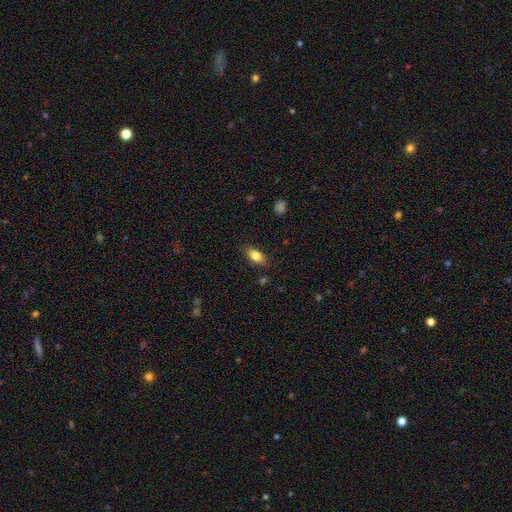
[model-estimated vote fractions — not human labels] The model was most divided on "merging": none: 83%, minor disturbance: 13%, major disturbance: 3%, merger: 1%. More confident: how rounded — in between (85%); smooth or featured — smooth (81%).